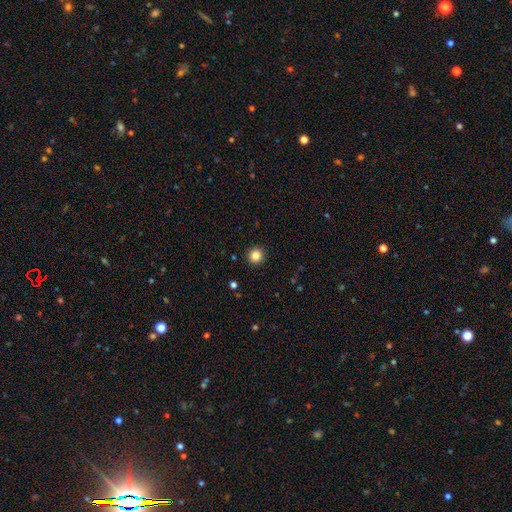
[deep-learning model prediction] A smooth galaxy with no disk features (85%) that is round (95%). Merging: none (93%).